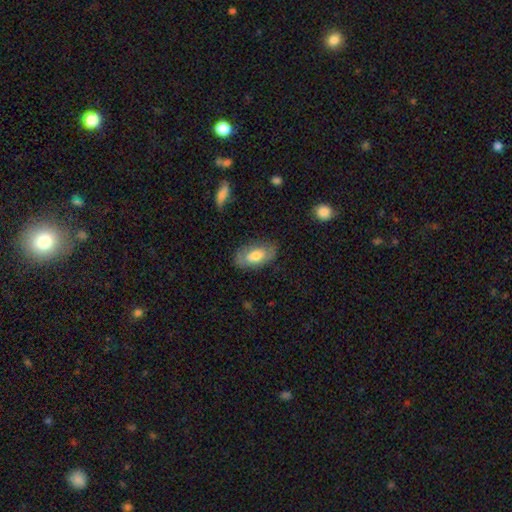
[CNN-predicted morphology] smooth-or-featured: smooth: 60% | featured or disk: 34% | star or artifact: 6%
  how-rounded: in between: 91% | round: 5% | cigar-shaped: 5%
  merging: none: 74% | minor disturbance: 19% | major disturbance: 6% | merger: 2%